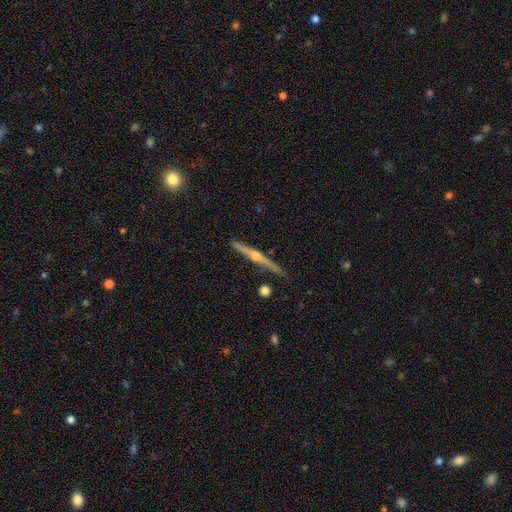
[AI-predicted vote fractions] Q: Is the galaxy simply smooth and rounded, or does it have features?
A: featured or disk — 83%.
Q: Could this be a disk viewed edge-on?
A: yes — 98%.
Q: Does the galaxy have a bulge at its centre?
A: rounded — 92%.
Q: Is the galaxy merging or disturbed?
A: none — 89%.